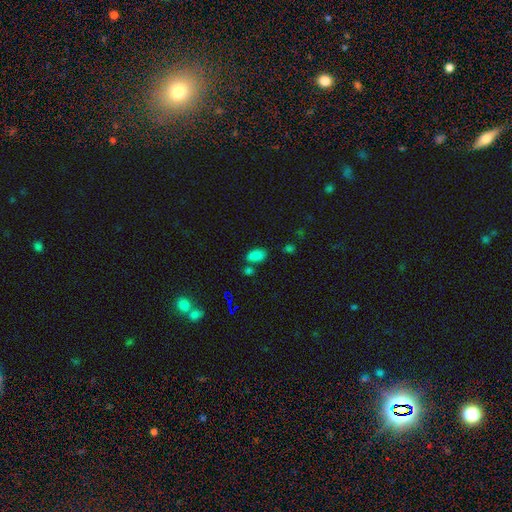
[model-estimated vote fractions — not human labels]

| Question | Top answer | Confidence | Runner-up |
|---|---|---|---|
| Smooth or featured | smooth | 79% | star or artifact (16%) |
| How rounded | in between | 92% | round (6%) |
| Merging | none | 68% | minor disturbance (14%) |